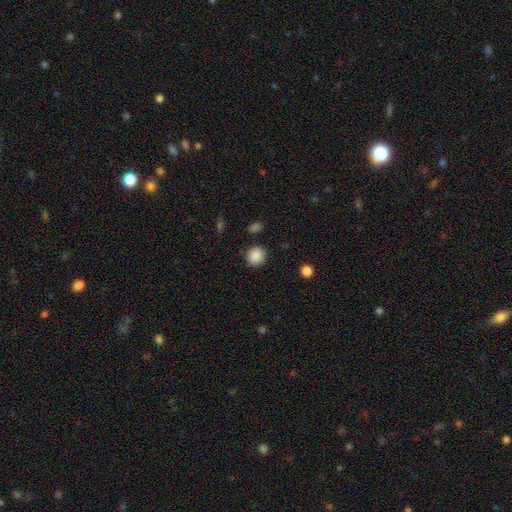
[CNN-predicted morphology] This is clearly a smooth galaxy (88%). How rounded: clearly round (86%). Merging: clearly none (86%).